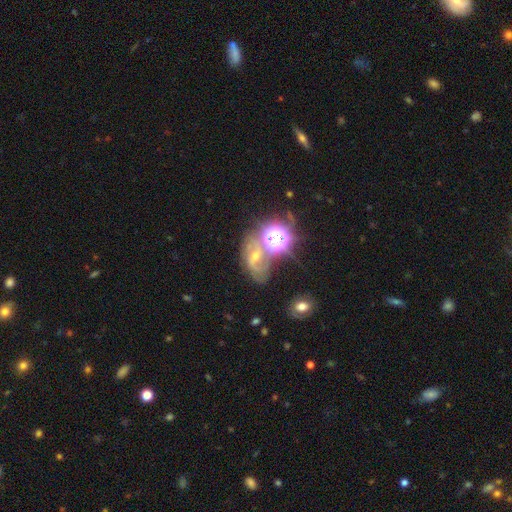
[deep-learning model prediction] This is possibly a star or artifact rather than a galaxy (47%).